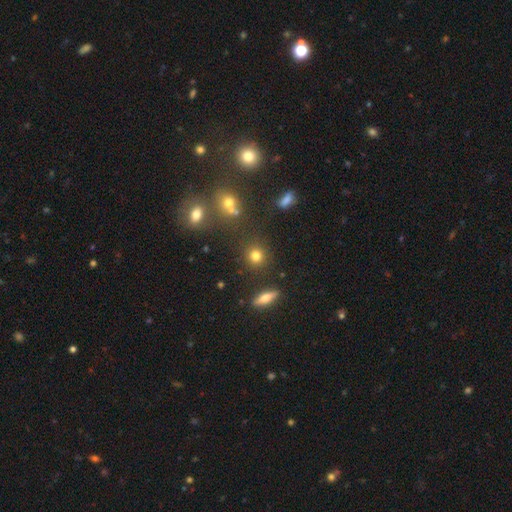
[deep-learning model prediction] This appears to be a smooth galaxy with no disk features (77%) that is round (89%). Merging: none (85%).